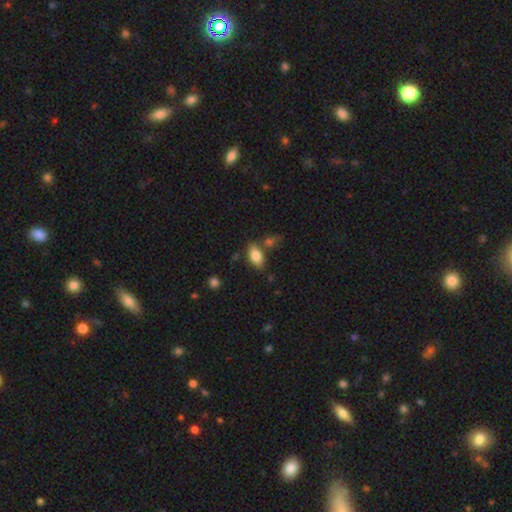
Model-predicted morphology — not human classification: Smooth or featured: smooth — 81% (featured or disk — 11%)
How rounded: in between — 90% (cigar-shaped — 6%)
Merging: none — 69% (minor disturbance — 16%)